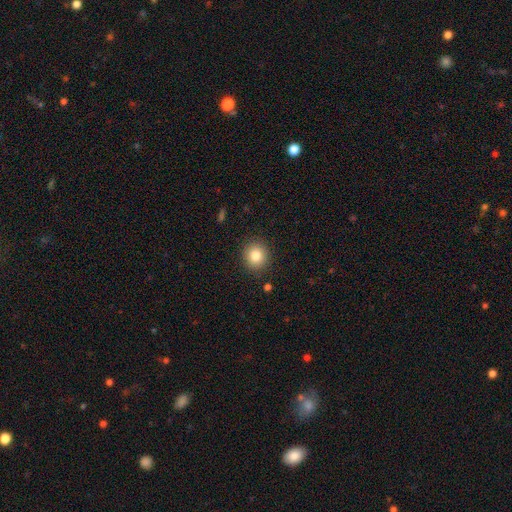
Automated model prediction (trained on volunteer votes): Morphology: type=smooth (82%); roundness=round (88%); merging=none (90%).